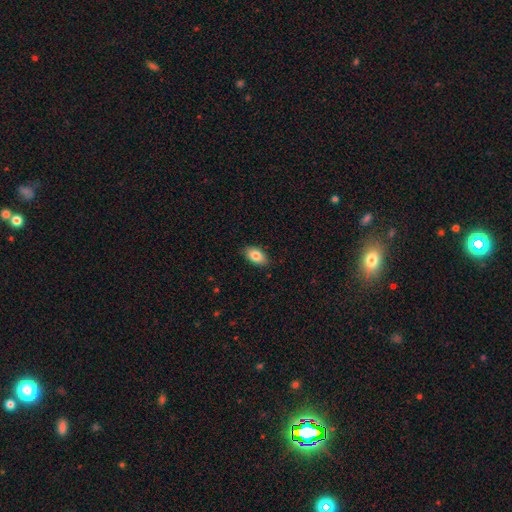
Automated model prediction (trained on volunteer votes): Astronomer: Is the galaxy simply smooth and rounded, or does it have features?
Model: smooth — 83%.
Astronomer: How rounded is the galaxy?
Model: in between — 92%.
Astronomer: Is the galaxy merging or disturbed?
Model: none — 87%.